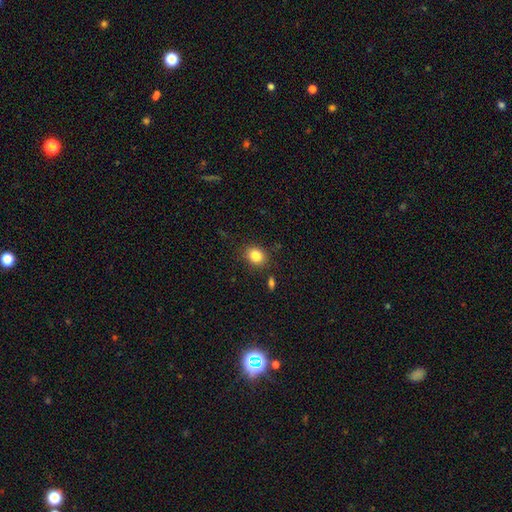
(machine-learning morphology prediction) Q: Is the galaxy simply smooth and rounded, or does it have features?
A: smooth — 84%.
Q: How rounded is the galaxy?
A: round — 61%.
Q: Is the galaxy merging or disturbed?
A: none — 85%.